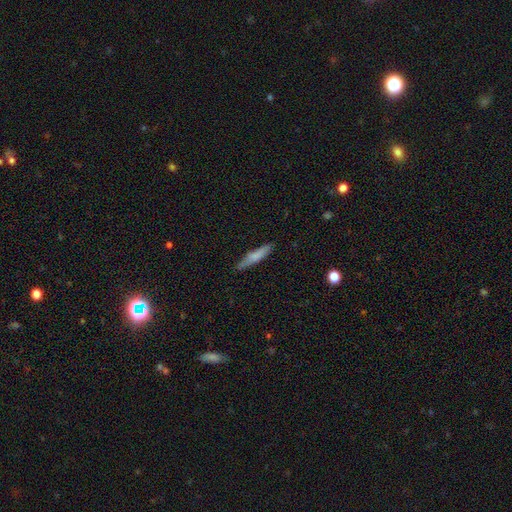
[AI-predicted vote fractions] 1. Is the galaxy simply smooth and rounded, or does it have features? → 70% smooth, 24% featured or disk, 6% star or artifact.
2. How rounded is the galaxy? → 89% cigar-shaped, 9% in between, 2% round.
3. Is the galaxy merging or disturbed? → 84% none, 12% minor disturbance, 2% major disturbance, 2% merger.